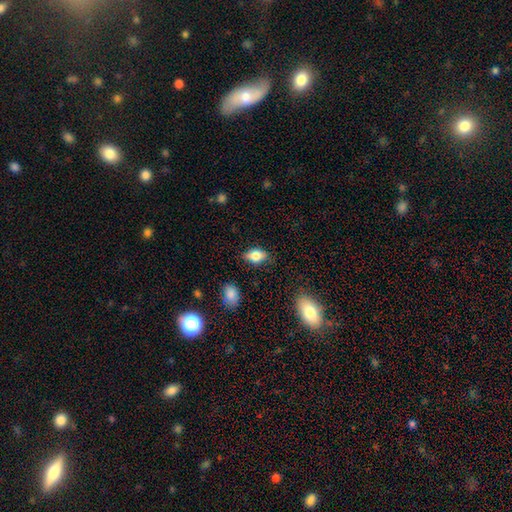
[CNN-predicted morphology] Overall: smooth (75%). How rounded: in between (84%). Merging: none (79%).